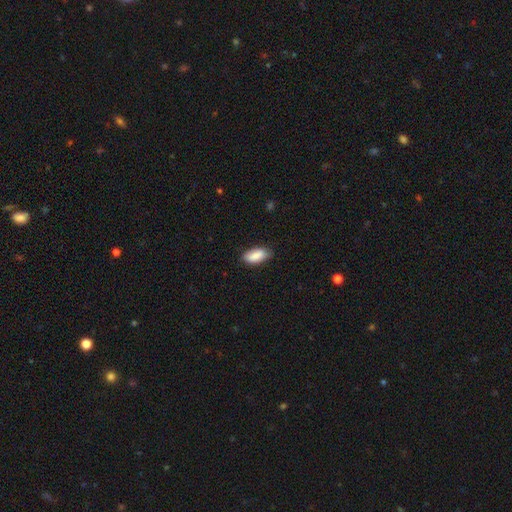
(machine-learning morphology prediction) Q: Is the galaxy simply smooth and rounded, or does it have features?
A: smooth — 87%.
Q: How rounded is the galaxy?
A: in between — 88%.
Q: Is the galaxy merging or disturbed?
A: none — 80%.